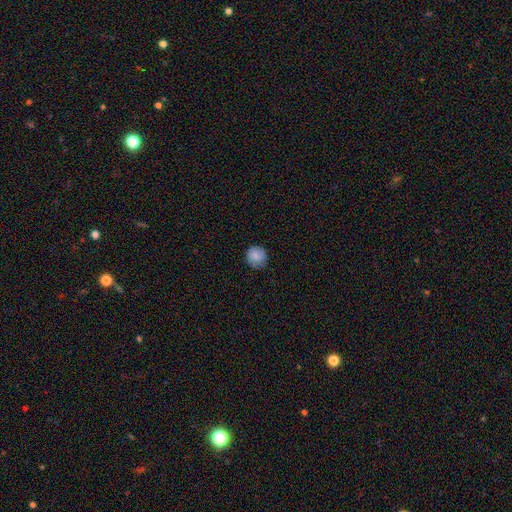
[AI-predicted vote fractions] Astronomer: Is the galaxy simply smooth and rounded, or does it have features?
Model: smooth — 85%.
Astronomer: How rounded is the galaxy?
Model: round — 89%.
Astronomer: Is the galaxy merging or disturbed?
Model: none — 80%.